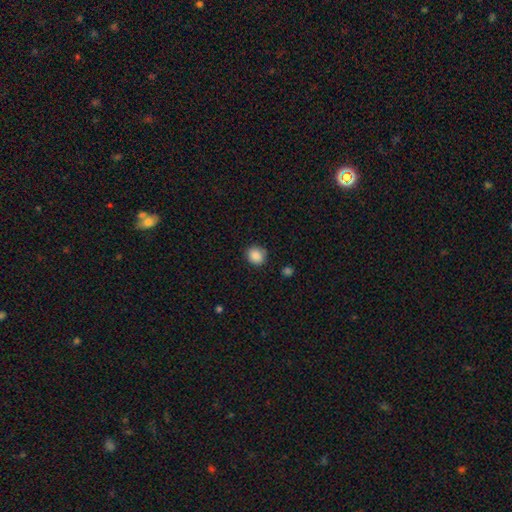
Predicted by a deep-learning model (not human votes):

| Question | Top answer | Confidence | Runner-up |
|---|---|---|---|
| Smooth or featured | smooth | 88% | star or artifact (9%) |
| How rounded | round | 76% | in between (23%) |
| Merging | none | 85% | minor disturbance (11%) |